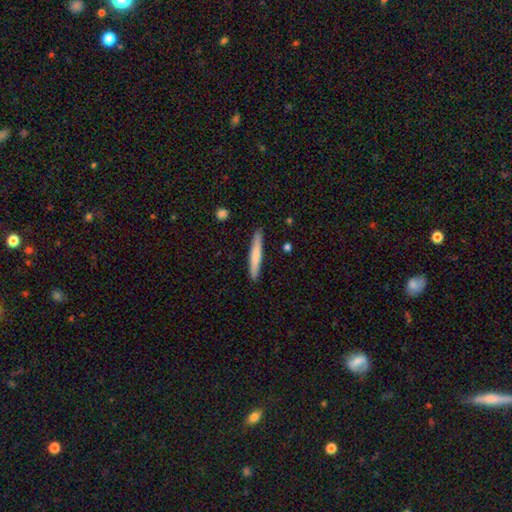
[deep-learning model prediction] This appears to be a smooth galaxy with no disk features (70%) that is cigar-shaped (95%). Merging: none (90%).